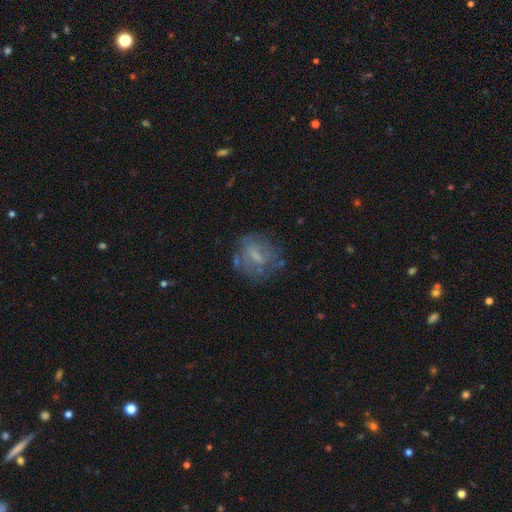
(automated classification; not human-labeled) smooth_or_featured: featured or disk (p=0.53) [alt: smooth p=0.35]
disk_edge_on: no (p=0.96) [alt: yes p=0.04]
bar: weak (p=0.48) [alt: no p=0.35]
has_spiral_arms: no (p=0.57) [alt: yes p=0.43]
bulge_size: none (p=0.37) [alt: small p=0.31]
merging: none (p=0.58) [alt: minor disturbance p=0.21]